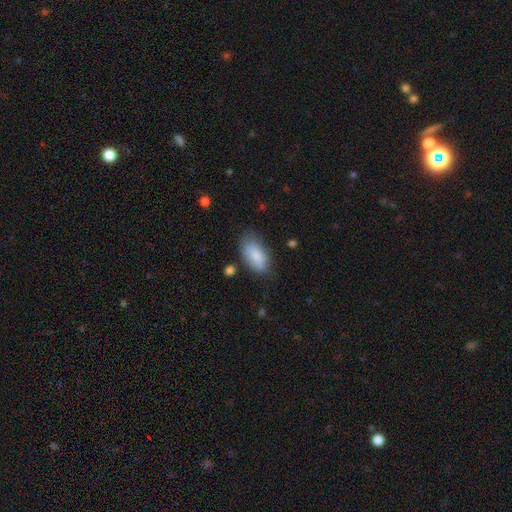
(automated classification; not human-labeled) This is clearly a smooth galaxy (84%). How rounded: clearly in between (92%). Merging: likely none (68%).